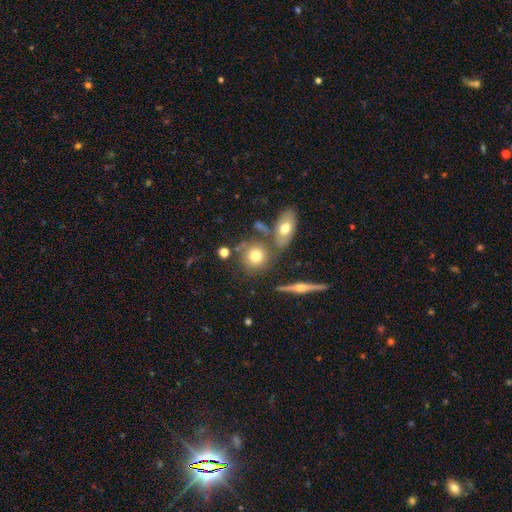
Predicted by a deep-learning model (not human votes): This appears to be a smooth galaxy with no disk features (63%) that is round (79%). Merging: none (61%).